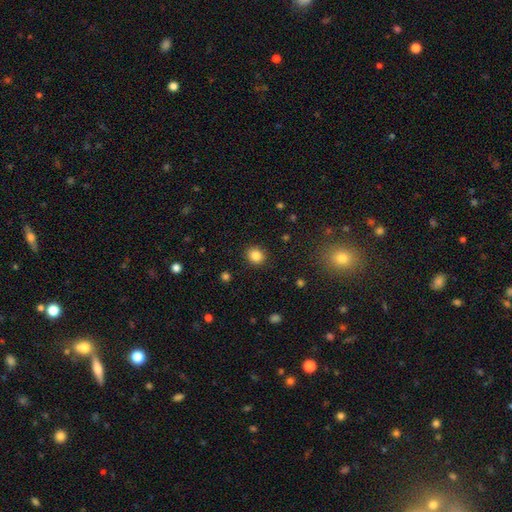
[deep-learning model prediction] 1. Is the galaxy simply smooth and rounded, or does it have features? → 85% smooth, 11% star or artifact, 5% featured or disk.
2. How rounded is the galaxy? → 77% round, 22% in between, 1% cigar-shaped.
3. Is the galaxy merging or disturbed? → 90% none, 6% minor disturbance, 2% major disturbance, 1% merger.